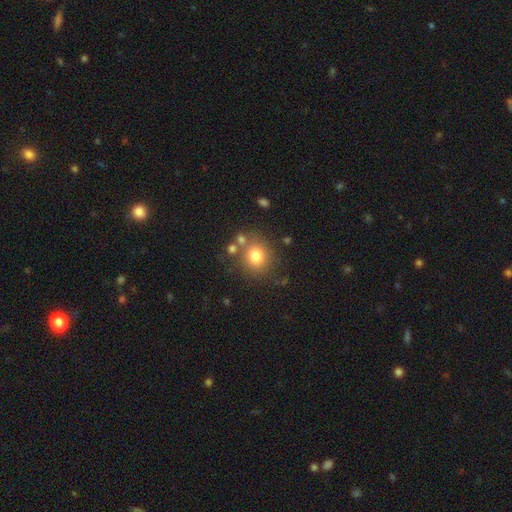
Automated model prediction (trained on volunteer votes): Smooth or featured: smooth — 77% (star or artifact — 13%)
How rounded: round — 81% (in between — 18%)
Merging: none — 73% (minor disturbance — 11%)